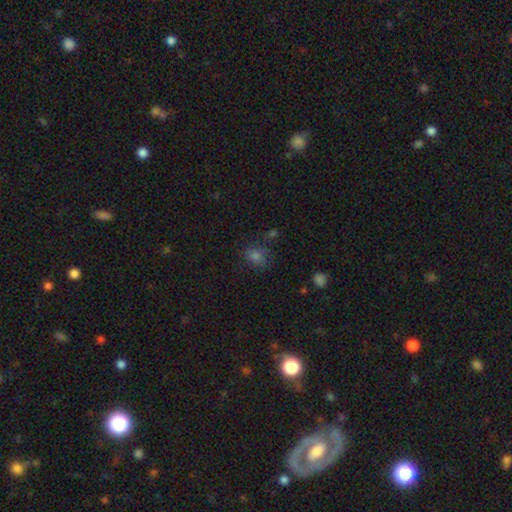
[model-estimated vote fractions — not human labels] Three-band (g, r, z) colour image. It shows a smooth galaxy with no disk features (68%) that is round (56%). Merging: none (70%).